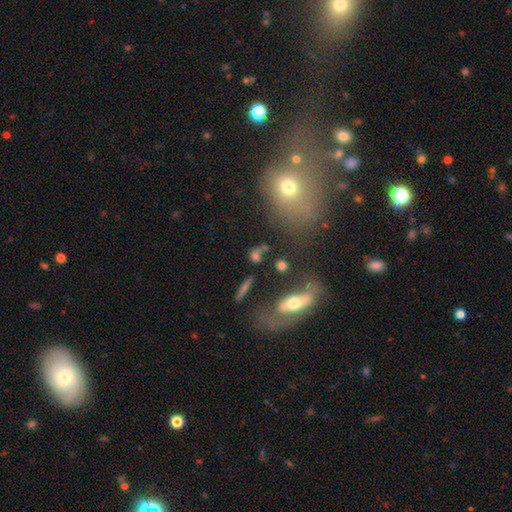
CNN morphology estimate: A smooth galaxy with no disk features (63%) that is in between round and cigar-shaped (44%). Merging: none (52%).